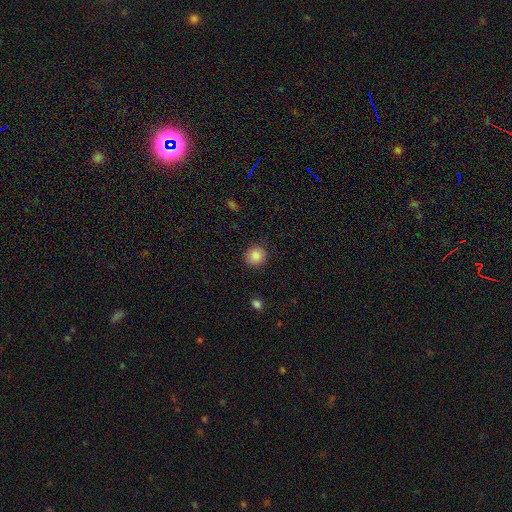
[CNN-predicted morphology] smooth_or_featured: smooth (p=0.88) [alt: star or artifact p=0.09]
how_rounded: round (p=0.90) [alt: in between p=0.09]
merging: none (p=0.90) [alt: minor disturbance p=0.06]